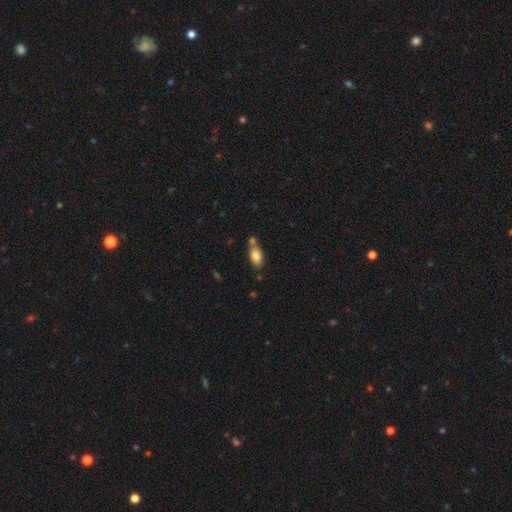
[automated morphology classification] A smooth galaxy with no disk features (82%) that is in between round and cigar-shaped (88%). Merging: none (58%).